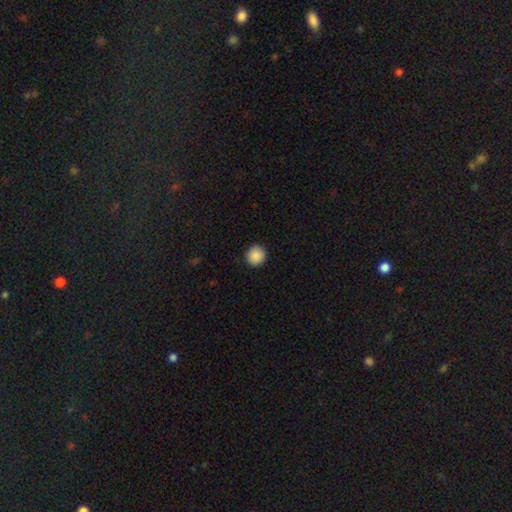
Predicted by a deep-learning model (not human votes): smooth_or_featured: smooth (p=0.89) [alt: star or artifact p=0.08]
how_rounded: round (p=0.94) [alt: in between p=0.06]
merging: none (p=0.92) [alt: minor disturbance p=0.05]